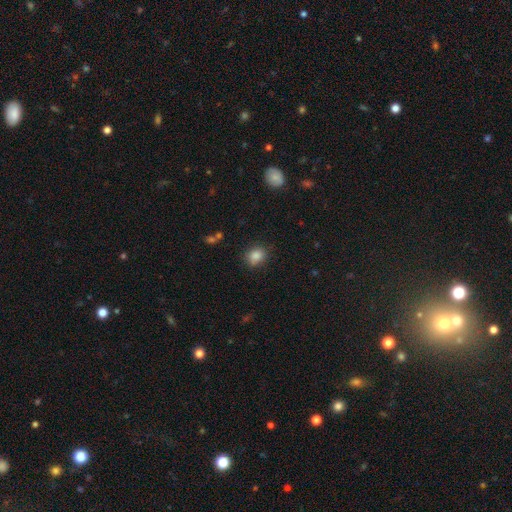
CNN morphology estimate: Smooth or featured? Predicted: smooth (p=0.85). How rounded? Predicted: round (p=0.64). Merging? Predicted: none (p=0.81).